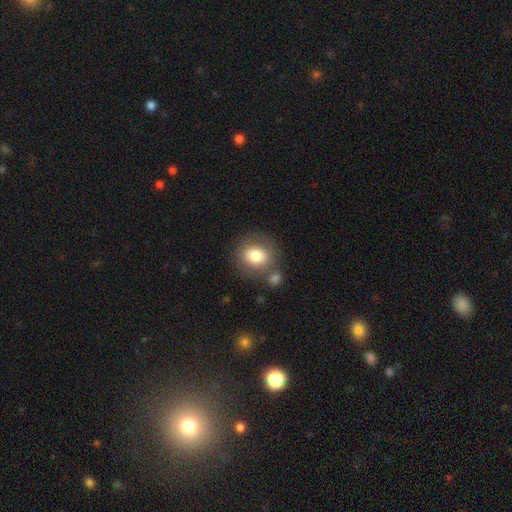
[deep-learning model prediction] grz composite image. It shows a smooth galaxy with no disk features (77%) that is round (69%). Merging: none (66%).